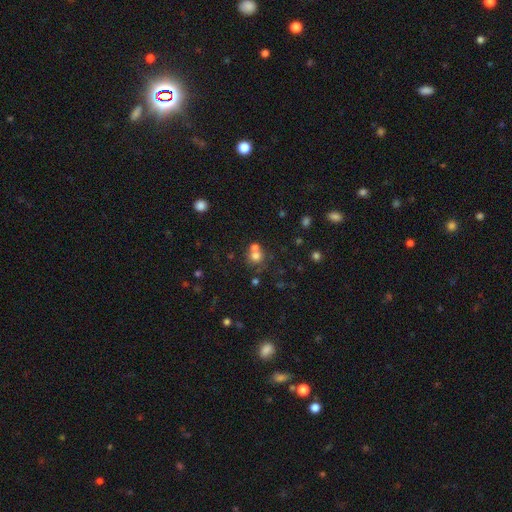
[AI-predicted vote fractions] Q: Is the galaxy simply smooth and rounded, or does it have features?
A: smooth — 71%.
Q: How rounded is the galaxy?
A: round — 85%.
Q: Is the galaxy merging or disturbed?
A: none — 46%.